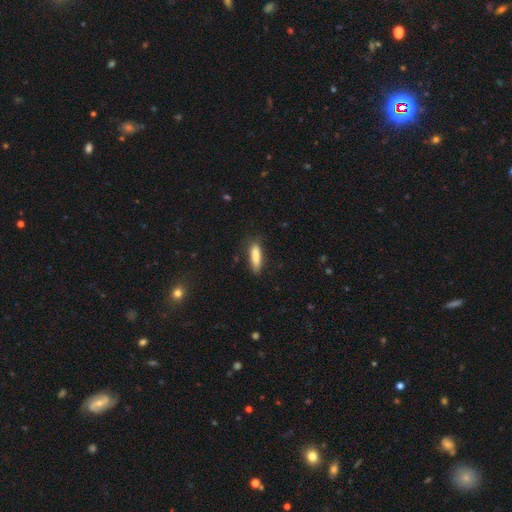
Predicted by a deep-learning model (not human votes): smooth-or-featured: smooth: 83% | featured or disk: 11% | star or artifact: 6%
  how-rounded: cigar-shaped: 63% | in between: 35% | round: 2%
  merging: none: 79% | minor disturbance: 16% | major disturbance: 4% | merger: 1%